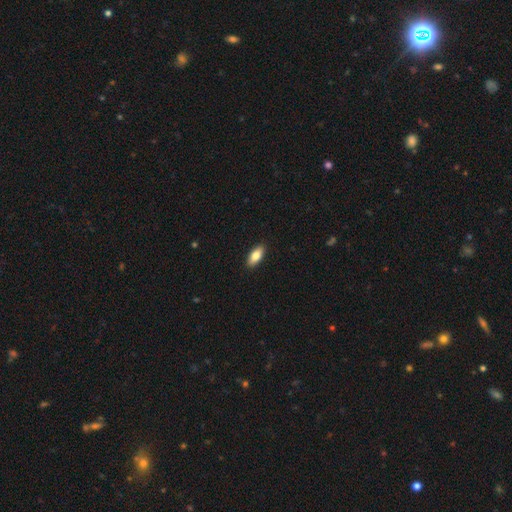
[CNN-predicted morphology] type=smooth (82%); roundness=in between (85%); merging=none (90%).